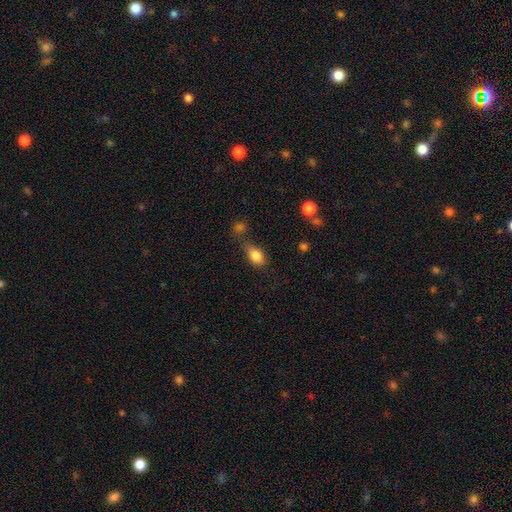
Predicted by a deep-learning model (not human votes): Smooth or featured? smooth (84%)
How rounded? in between (82%)
Merging? none (59%)